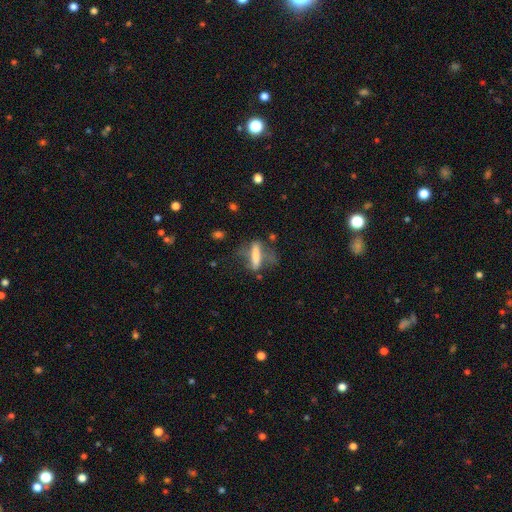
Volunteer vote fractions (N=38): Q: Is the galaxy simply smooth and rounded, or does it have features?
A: smooth — 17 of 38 (45%, tied with featured or disk).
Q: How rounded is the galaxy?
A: cigar-shaped — 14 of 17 (82%).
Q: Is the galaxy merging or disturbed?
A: none — 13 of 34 (38%).